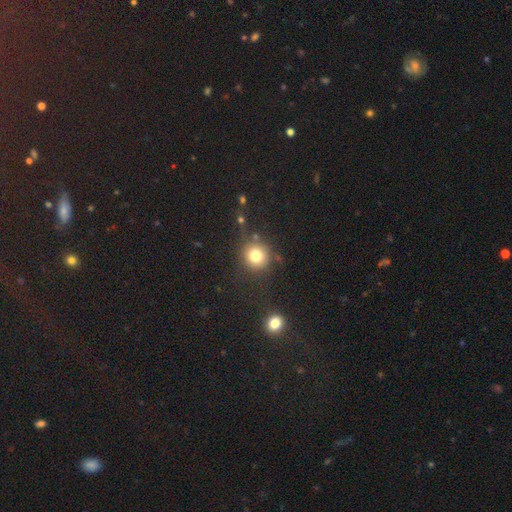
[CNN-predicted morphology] Smooth or featured?
  - smooth: 78% *
  - star or artifact: 13%
  - featured or disk: 9%
How rounded?
  - round: 91% *
  - in between: 8%
  - cigar-shaped: 1%
Merging?
  - none: 79% *
  - minor disturbance: 11%
  - merger: 6%
  - major disturbance: 5%